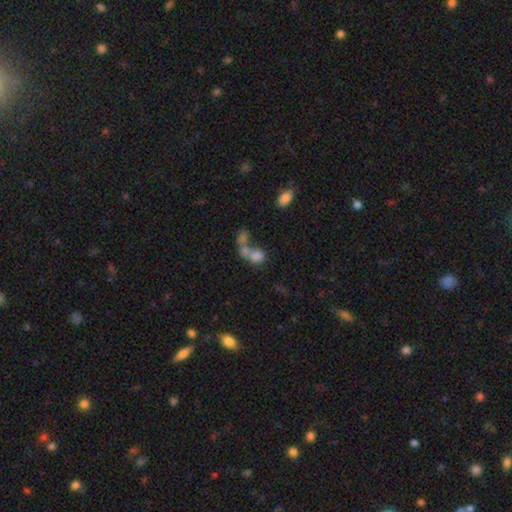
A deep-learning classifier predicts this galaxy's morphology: This is likely a smooth galaxy (74%). How rounded: possibly round (52%). Merging: likely merger (63%).